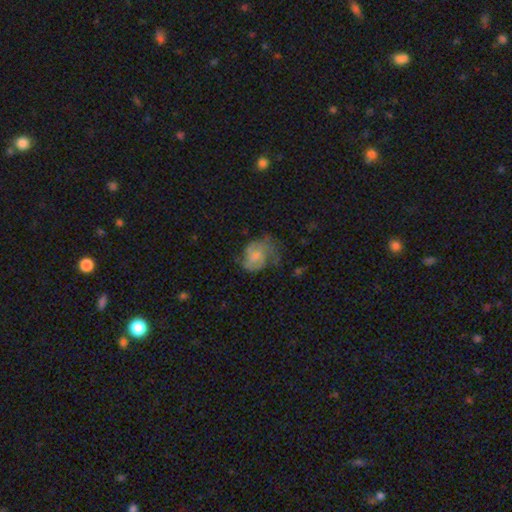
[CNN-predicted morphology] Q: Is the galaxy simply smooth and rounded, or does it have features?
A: smooth — 46%.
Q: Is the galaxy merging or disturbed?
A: major disturbance — 36%.